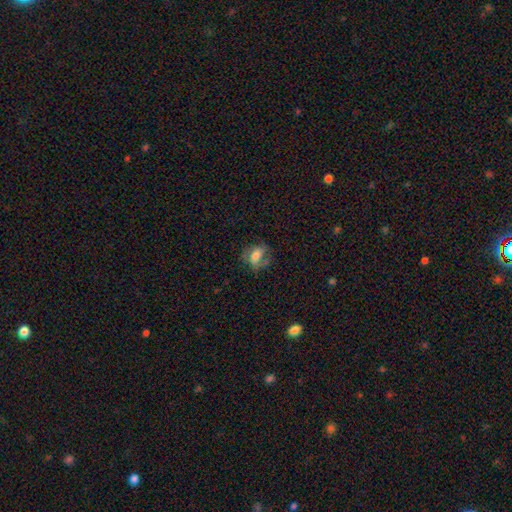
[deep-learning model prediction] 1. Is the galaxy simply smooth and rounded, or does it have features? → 55% smooth, 34% featured or disk, 10% star or artifact.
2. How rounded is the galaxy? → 68% in between, 27% round, 4% cigar-shaped.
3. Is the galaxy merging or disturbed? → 55% none, 25% minor disturbance, 17% major disturbance, 2% merger.